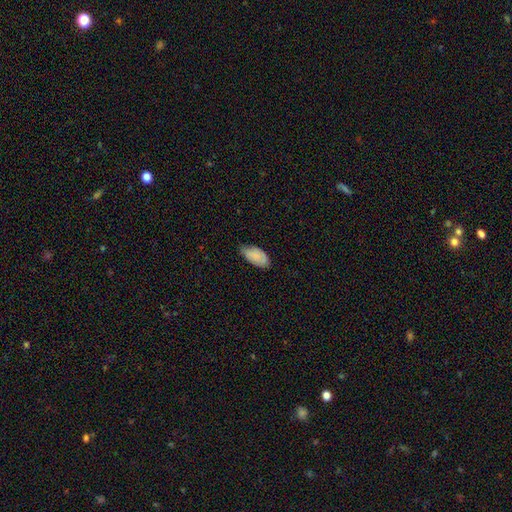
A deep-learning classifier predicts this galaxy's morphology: Q: Smooth or featured?
A: smooth (83%); runner-up: featured or disk (10%)
Q: How rounded?
A: in between (94%); runner-up: cigar-shaped (4%)
Q: Merging?
A: none (60%); runner-up: minor disturbance (34%)